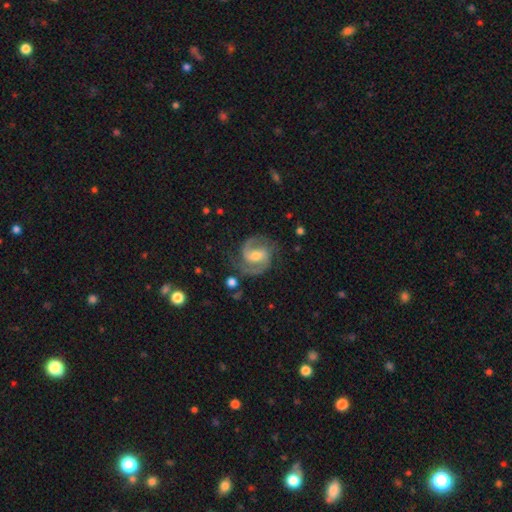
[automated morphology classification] This is clearly a featured or disk galaxy (90%). It is clearly not viewed edge-on (98%). Bar: possibly weak (50%). Spiral arm pattern: clearly yes (98%). Spiral arm count: clearly 2 (91%). Spiral winding: possibly medium (59%). Central bulge: possibly moderate (56%). Merging: likely none (77%).